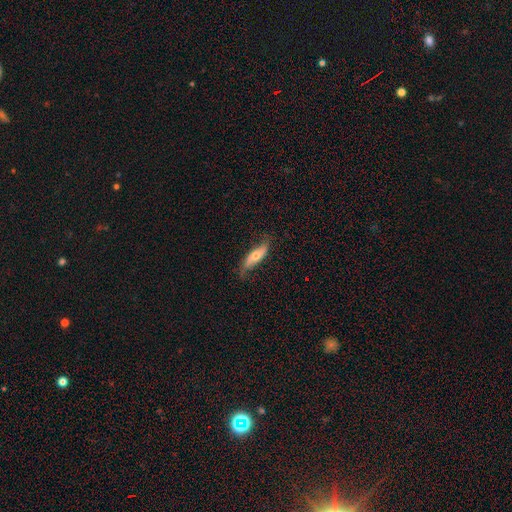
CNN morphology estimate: This appears to be a featured or disk galaxy (58%). Merging: none (68%).